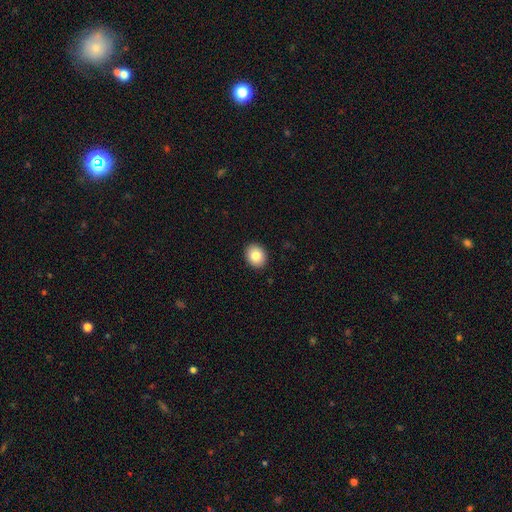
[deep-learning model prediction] The model was most divided on "how rounded": round: 61%, in between: 38%, cigar-shaped: 1%. More confident: merging — none (92%); smooth or featured — smooth (82%).